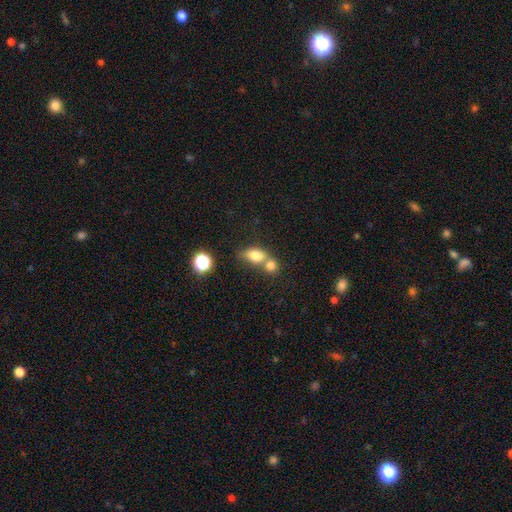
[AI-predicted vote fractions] Smooth or featured? smooth (76%)
How rounded? in between (69%)
Merging? merger (54%)